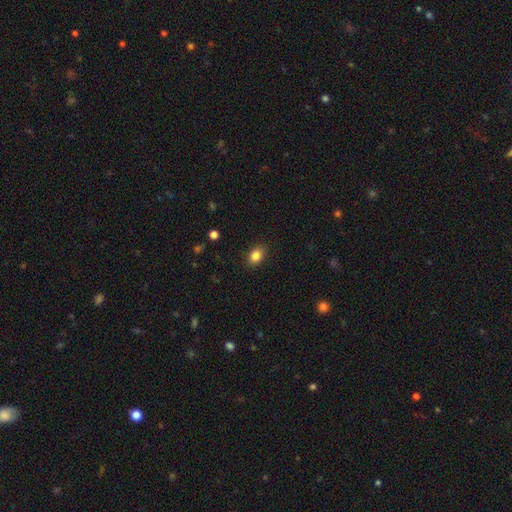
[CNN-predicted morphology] smooth 85%, star or artifact 9%, featured or disk 6%. Down the decision tree: how rounded — in between (72%); merging — none (87%).